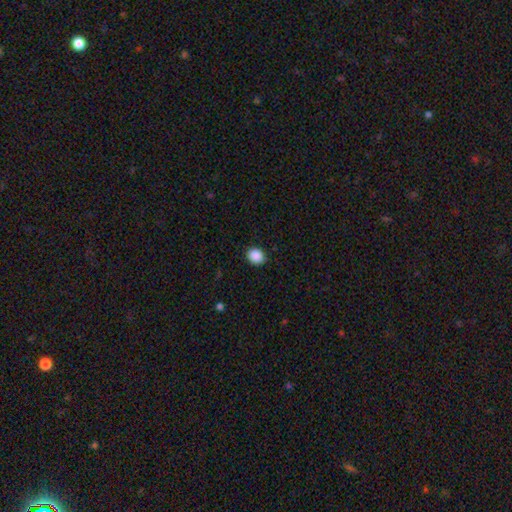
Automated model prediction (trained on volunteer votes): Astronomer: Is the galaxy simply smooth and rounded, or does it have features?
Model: smooth — 89%.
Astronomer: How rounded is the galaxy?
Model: round — 69%.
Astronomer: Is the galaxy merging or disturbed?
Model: none — 90%.